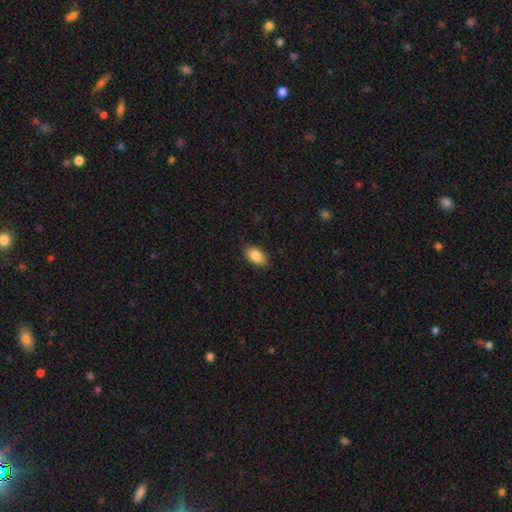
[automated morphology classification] Overall: smooth (86%). How rounded: in between (92%). Merging: none (87%).